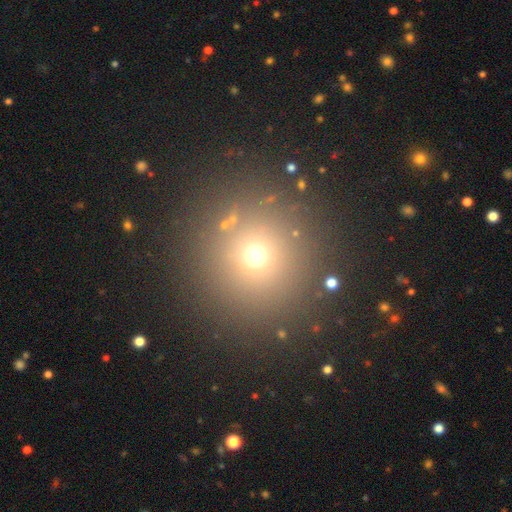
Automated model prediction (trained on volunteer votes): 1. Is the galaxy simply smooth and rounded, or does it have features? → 63% smooth, 28% star or artifact, 9% featured or disk.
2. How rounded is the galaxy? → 94% round, 5% in between, 1% cigar-shaped.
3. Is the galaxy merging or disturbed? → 87% none, 6% minor disturbance, 4% major disturbance, 4% merger.